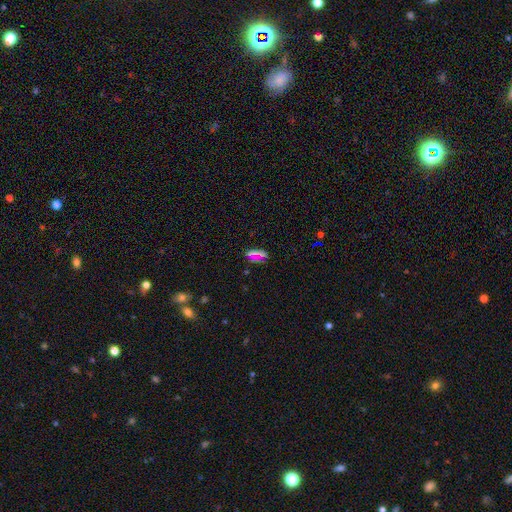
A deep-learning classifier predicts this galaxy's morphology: Overall: smooth (49%; star or artifact 38%). Merging: none (68%).